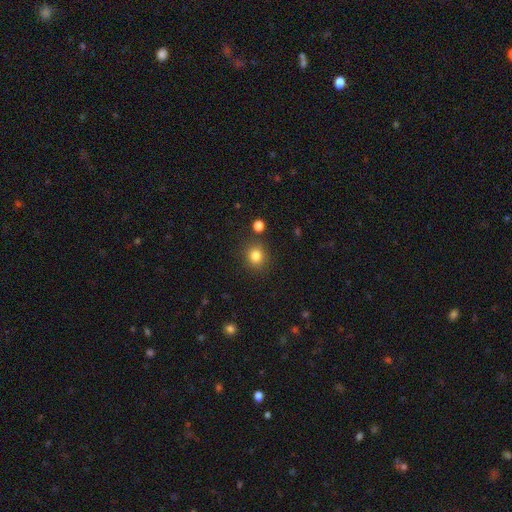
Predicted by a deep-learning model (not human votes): Overall: smooth (82%). How rounded: round (79%). Merging: none (84%).